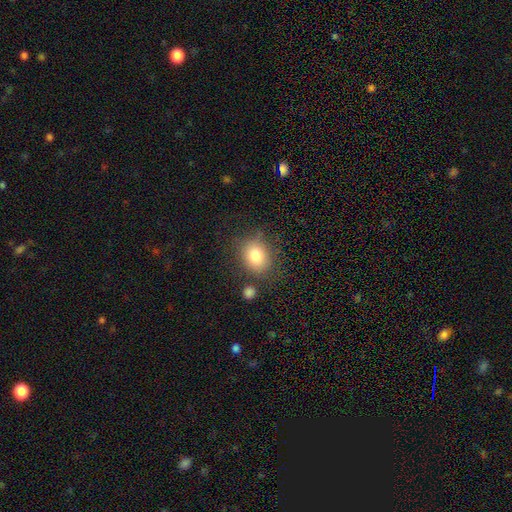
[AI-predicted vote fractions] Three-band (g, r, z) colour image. It shows a smooth galaxy with no disk features (81%) that is round (55%). Merging: none (72%).